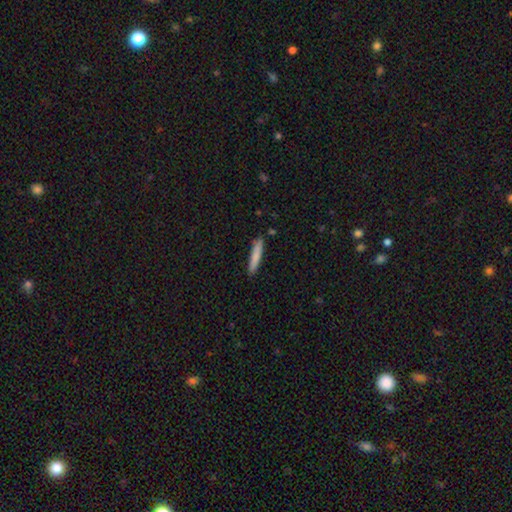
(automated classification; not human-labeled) Morphology: type=smooth (81%); roundness=cigar-shaped (91%); merging=none (85%).